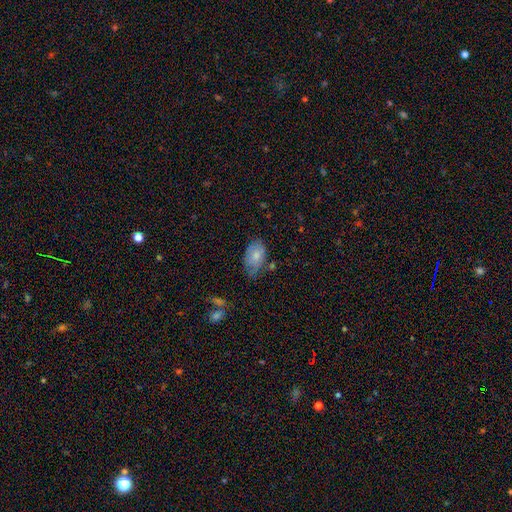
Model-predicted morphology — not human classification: Overall: smooth (71%). How rounded: in between (91%). Merging: none (56%; minor disturbance 32%).